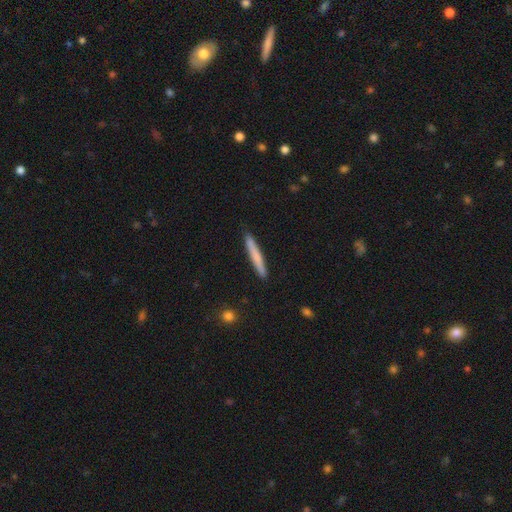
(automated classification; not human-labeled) This is likely a smooth galaxy (69%). How rounded: clearly cigar-shaped (96%). Merging: clearly none (90%).